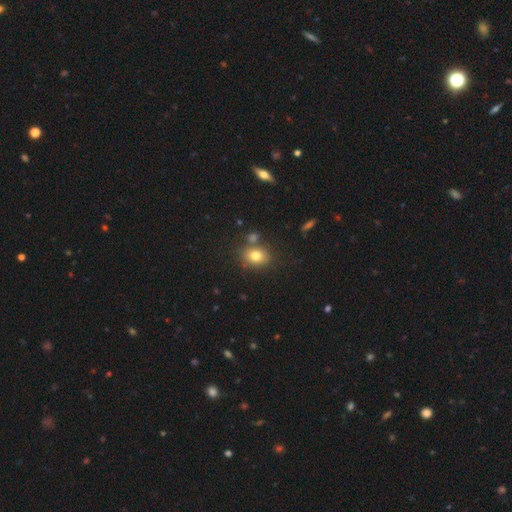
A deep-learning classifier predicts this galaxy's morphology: A smooth galaxy with no disk features (79%) that is in between round and cigar-shaped (51%).

Vote fractions:
- Smooth or featured? smooth: 79% / star or artifact: 12% / featured or disk: 10%
- How rounded? in between: 51% / round: 48% / cigar-shaped: 1%
- Merging? none: 70% / merger: 13% / minor disturbance: 13% / major disturbance: 4%